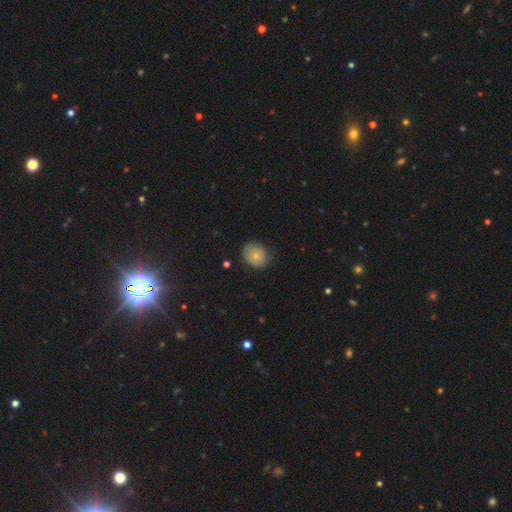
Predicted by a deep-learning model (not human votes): A smooth galaxy with no disk features (73%) that is round (71%).

Vote fractions:
- Smooth or featured? smooth: 73% / featured or disk: 18% / star or artifact: 9%
- How rounded? round: 71% / in between: 28% / cigar-shaped: 1%
- Merging? none: 73% / minor disturbance: 21% / major disturbance: 4% / merger: 1%